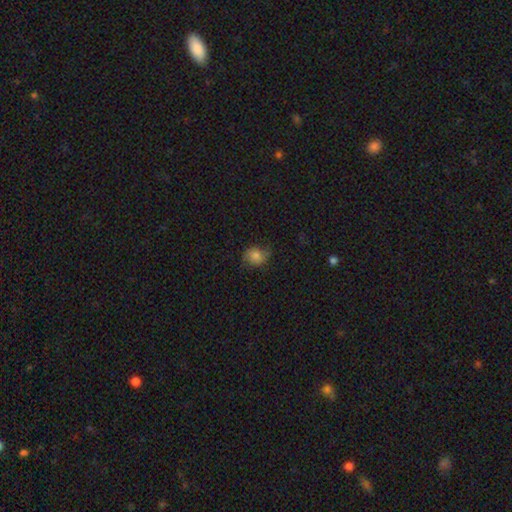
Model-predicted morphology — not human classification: smooth 71%, featured or disk 19%, star or artifact 10%. Down the decision tree: how rounded — round (64%); merging — none (66%).